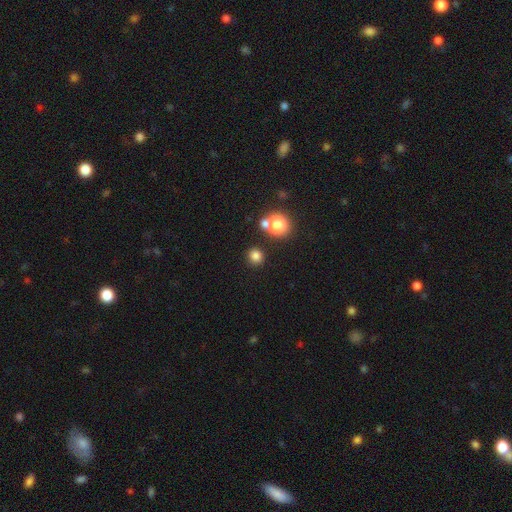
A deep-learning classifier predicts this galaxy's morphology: A smooth galaxy with no disk features (79%) that is round (86%).

Vote fractions:
- Smooth or featured? smooth: 79% / star or artifact: 15% / featured or disk: 6%
- How rounded? round: 86% / in between: 13% / cigar-shaped: 1%
- Merging? none: 79% / merger: 11% / minor disturbance: 8% / major disturbance: 3%